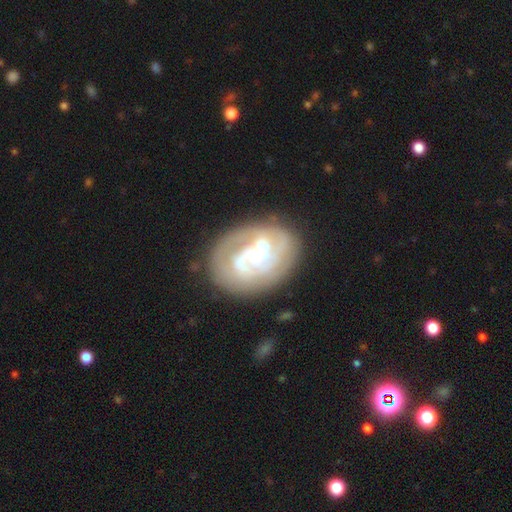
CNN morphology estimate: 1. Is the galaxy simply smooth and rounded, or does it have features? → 79% featured or disk, 15% smooth, 6% star or artifact.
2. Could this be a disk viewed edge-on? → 98% no, 2% yes.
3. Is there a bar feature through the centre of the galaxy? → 63% no, 29% weak, 9% strong.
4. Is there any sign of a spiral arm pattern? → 85% yes, 15% no.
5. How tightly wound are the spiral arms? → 58% tight, 31% medium, 11% loose.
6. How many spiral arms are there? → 35% 2, 32% can't tell, 16% 3, 9% 1, 5% 4, 4% more than 4.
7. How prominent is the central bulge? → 48% small, 26% moderate, 16% none, 7% large, 2% dominant.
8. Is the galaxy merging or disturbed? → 62% none, 19% minor disturbance, 13% major disturbance, 6% merger.